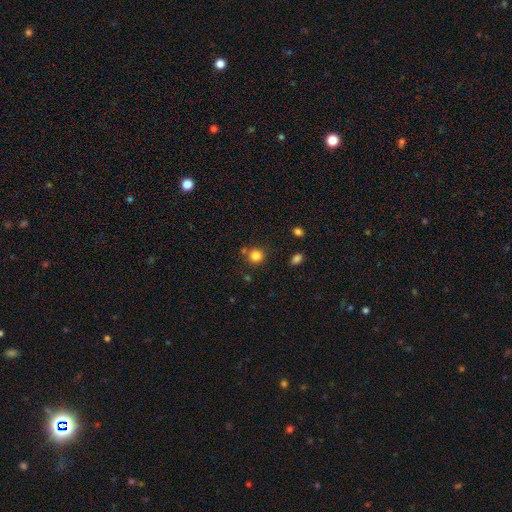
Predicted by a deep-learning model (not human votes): smooth_or_featured: smooth (p=0.83) [alt: star or artifact p=0.12]
how_rounded: round (p=0.90) [alt: in between p=0.09]
merging: none (p=0.77) [alt: merger p=0.10]